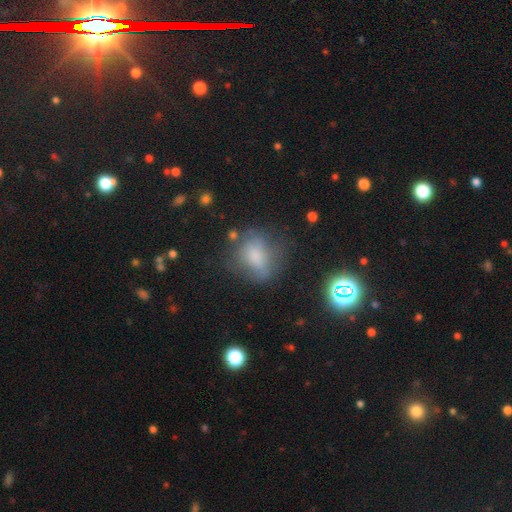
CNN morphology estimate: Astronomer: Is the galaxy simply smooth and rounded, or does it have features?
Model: smooth — 64%.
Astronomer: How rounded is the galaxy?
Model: in between — 55% (runner-up: round, 42%).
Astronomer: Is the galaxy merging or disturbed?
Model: none — 56%.